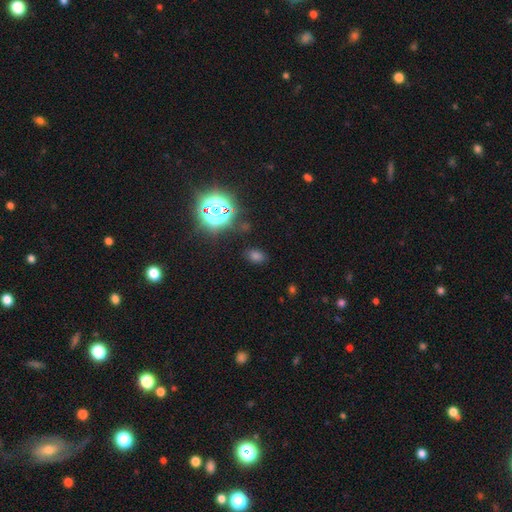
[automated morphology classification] smooth 52%, star or artifact 40%, featured or disk 8%. Down the decision tree: how rounded — in between (68%); merging — none (82%).